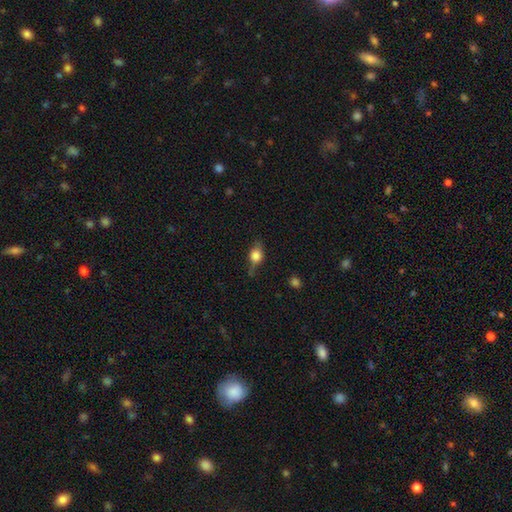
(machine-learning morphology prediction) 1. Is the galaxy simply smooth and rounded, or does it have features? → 70% smooth, 20% featured or disk, 10% star or artifact.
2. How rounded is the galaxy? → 53% in between, 42% round, 5% cigar-shaped.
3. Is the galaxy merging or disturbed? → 57% none, 29% minor disturbance, 10% major disturbance, 3% merger.